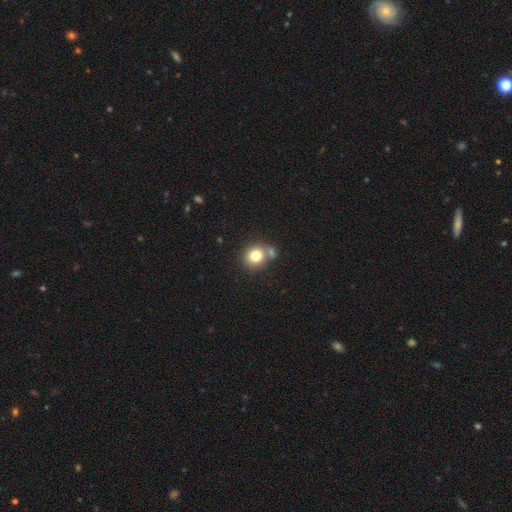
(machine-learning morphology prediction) smooth-or-featured: smooth: 78% | star or artifact: 12% | featured or disk: 11%
  how-rounded: round: 79% | in between: 20% | cigar-shaped: 1%
  merging: none: 59% | merger: 25% | minor disturbance: 12% | major disturbance: 4%